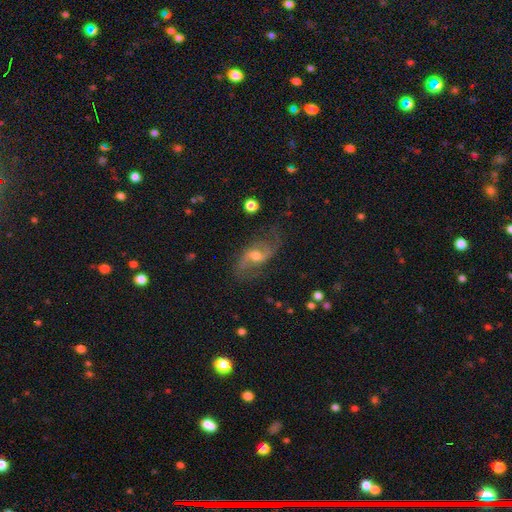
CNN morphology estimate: The model was most divided on "bar": weak: 44%, no: 42%, strong: 14%. More confident: edge-on disk — no (94%); spiral arms — yes (93%); spiral arm count — 2 (88%); smooth or featured — featured or disk (79%); merging — none (73%); spiral winding — loose (68%); bulge size — moderate (58%).